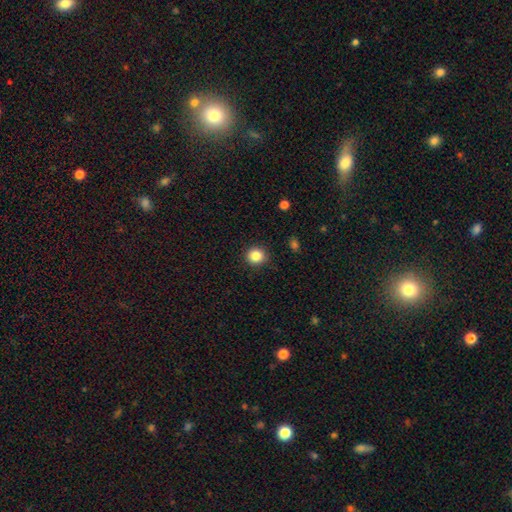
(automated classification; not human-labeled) smooth-or-featured: smooth: 84% | star or artifact: 11% | featured or disk: 5%
  how-rounded: round: 91% | in between: 8% | cigar-shaped: 1%
  merging: none: 91% | minor disturbance: 6% | major disturbance: 2% | merger: 1%